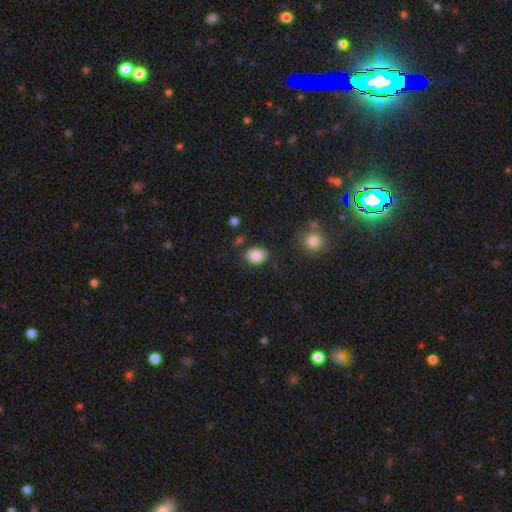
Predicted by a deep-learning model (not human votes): This is clearly a smooth galaxy (87%). How rounded: likely in between (64%). Merging: clearly none (80%).